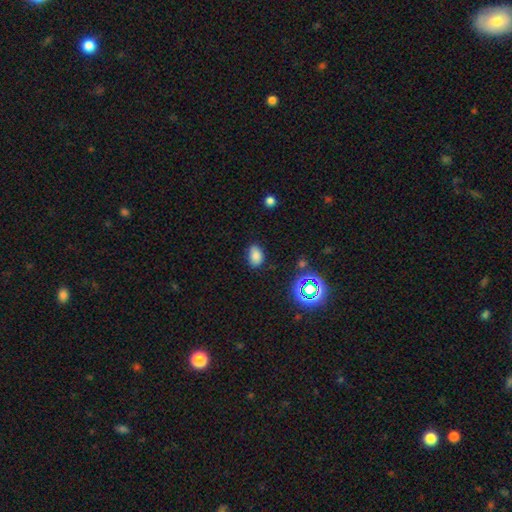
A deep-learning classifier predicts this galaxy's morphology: The model was most divided on "merging": none: 77%, minor disturbance: 17%, major disturbance: 4%, merger: 2%. More confident: how rounded — in between (83%); smooth or featured — smooth (78%).